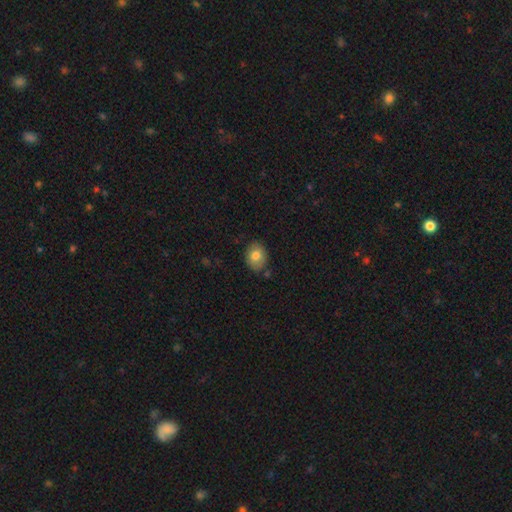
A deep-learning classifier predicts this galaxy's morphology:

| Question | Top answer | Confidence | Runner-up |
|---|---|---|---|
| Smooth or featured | smooth | 78% | featured or disk (13%) |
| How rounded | in between | 54% | round (45%) |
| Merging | none | 80% | minor disturbance (14%) |